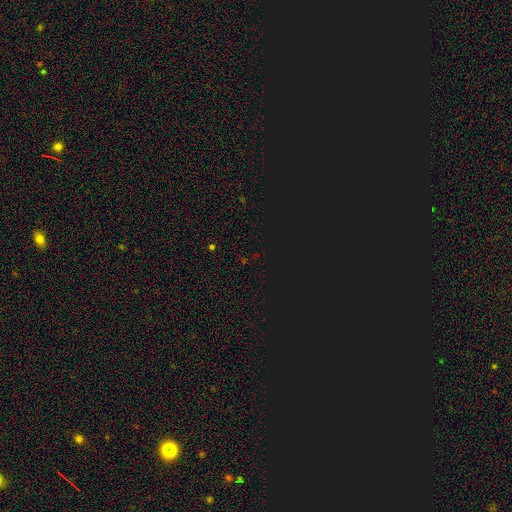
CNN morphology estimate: This appears to be a star or artifact, not a galaxy (76%).